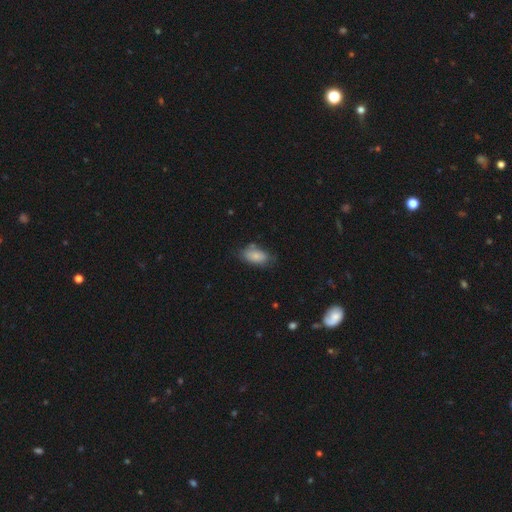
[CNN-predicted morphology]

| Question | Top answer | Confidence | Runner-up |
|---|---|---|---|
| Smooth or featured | smooth | 79% | featured or disk (13%) |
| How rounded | in between | 92% | round (5%) |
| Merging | none | 63% | minor disturbance (26%) |